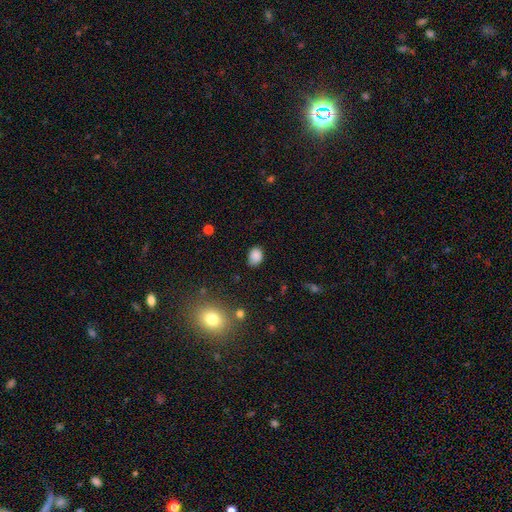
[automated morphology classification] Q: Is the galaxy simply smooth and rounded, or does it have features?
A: smooth — 86%.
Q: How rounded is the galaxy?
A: in between — 70%.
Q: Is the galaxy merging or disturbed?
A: none — 77%.